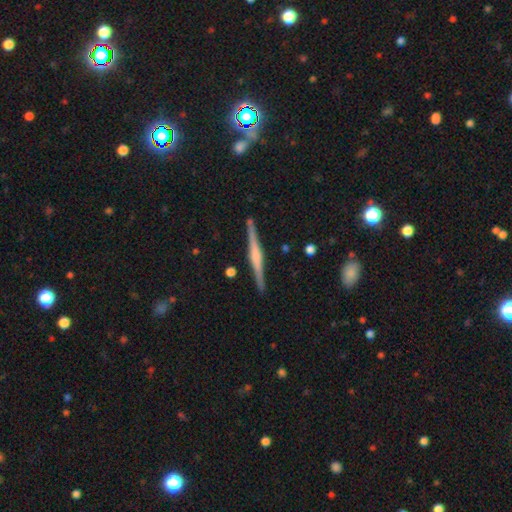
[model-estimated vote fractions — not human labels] This is likely a featured or disk galaxy (79%). It is clearly viewed edge-on (98%). Edge-on bulge: possibly rounded (60%). Merging: clearly none (91%).